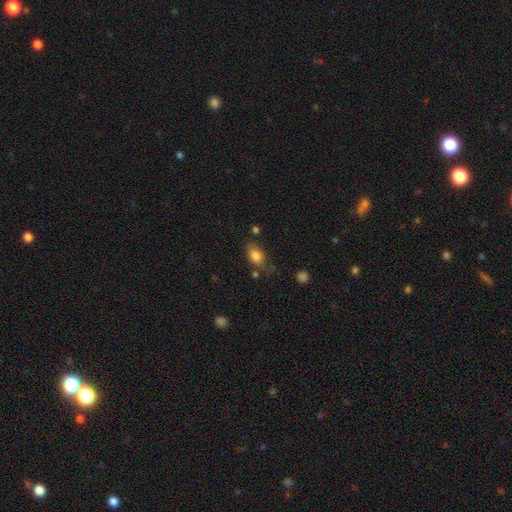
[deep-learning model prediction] A smooth galaxy with no disk features (82%) that is in between round and cigar-shaped (84%). Merging: none (62%).